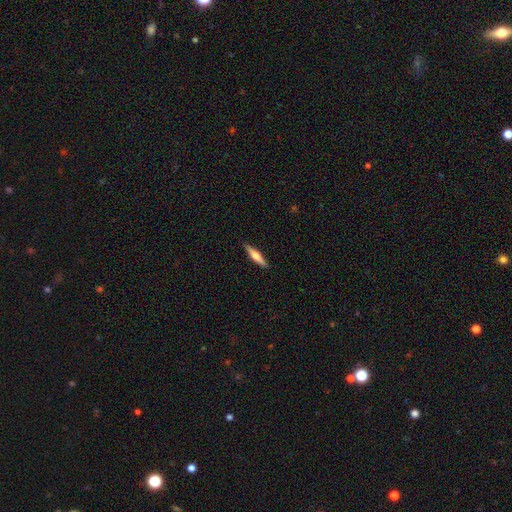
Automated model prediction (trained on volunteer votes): A featured or disk galaxy (48%). Merging: none (90%).